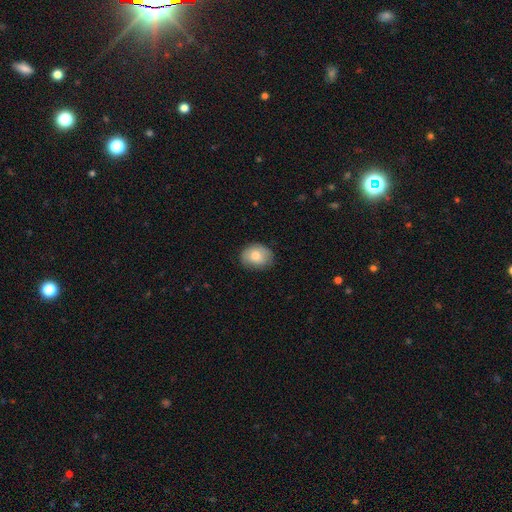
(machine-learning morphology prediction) A smooth galaxy with no disk features (79%) that is in between round and cigar-shaped (50%). Merging: none (80%).